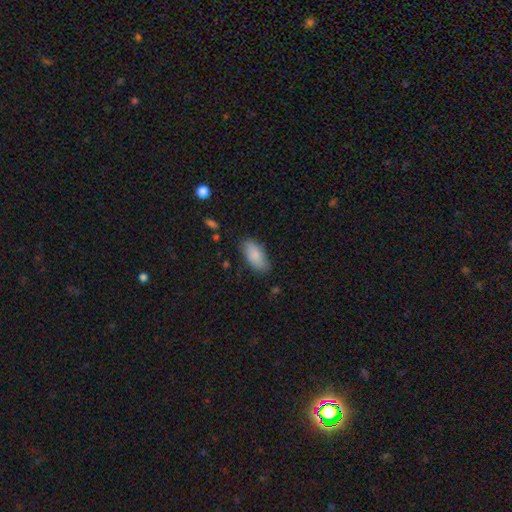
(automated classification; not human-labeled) Smooth or featured? Predicted: smooth (p=0.84). How rounded? Predicted: in between (p=0.92). Merging? Predicted: none (p=0.78).